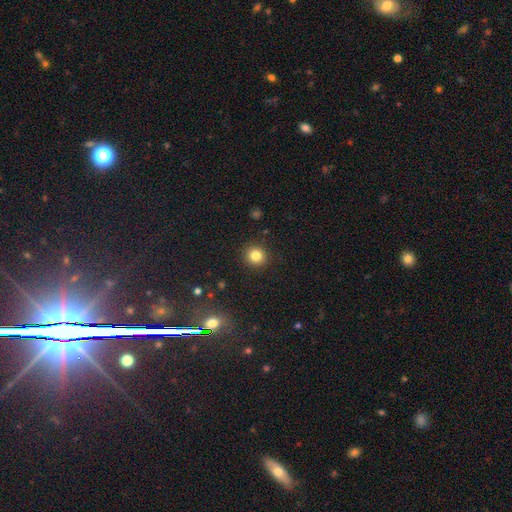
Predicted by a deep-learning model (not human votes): The model was most divided on "smooth or featured": smooth: 83%, star or artifact: 12%, featured or disk: 5%. More confident: how rounded — round (92%); merging — none (91%).